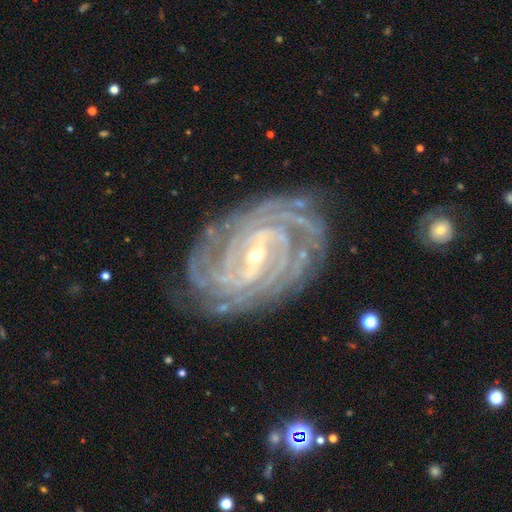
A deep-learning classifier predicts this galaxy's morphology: Smooth or featured: featured or disk — 92% (star or artifact — 5%)
Edge-on disk: no — 97% (yes — 3%)
Bar: strong — 48% (weak — 39%)
Spiral arms: yes — 98% (no — 2%)
Spiral winding: tight — 79% (medium — 18%)
Spiral arm count: 4 — 26% (can't tell — 18%)
Bulge size: small — 70% (moderate — 27%)
Merging: none — 82% (minor disturbance — 13%)